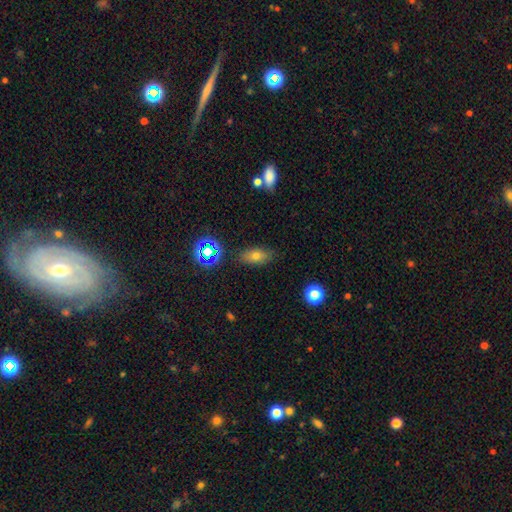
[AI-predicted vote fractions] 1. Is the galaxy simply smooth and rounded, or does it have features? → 69% smooth, 16% star or artifact, 15% featured or disk.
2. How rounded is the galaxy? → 83% in between, 10% round, 8% cigar-shaped.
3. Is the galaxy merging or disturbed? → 83% none, 11% minor disturbance, 3% major disturbance, 2% merger.